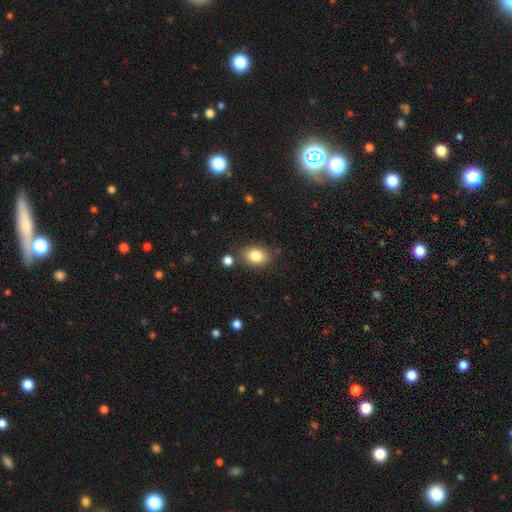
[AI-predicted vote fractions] Morphology: type=smooth (83%); roundness=in between (71%); merging=none (79%).